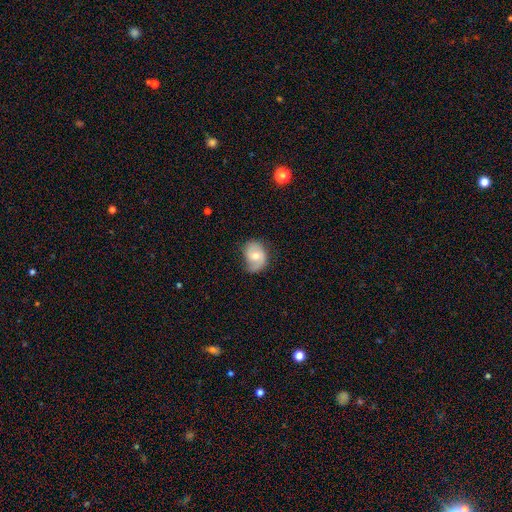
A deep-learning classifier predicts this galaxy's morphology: Smooth or featured: featured or disk — 50% (smooth — 42%)
Edge-on disk: no — 96% (yes — 4%)
Merging: none — 58% (minor disturbance — 30%)